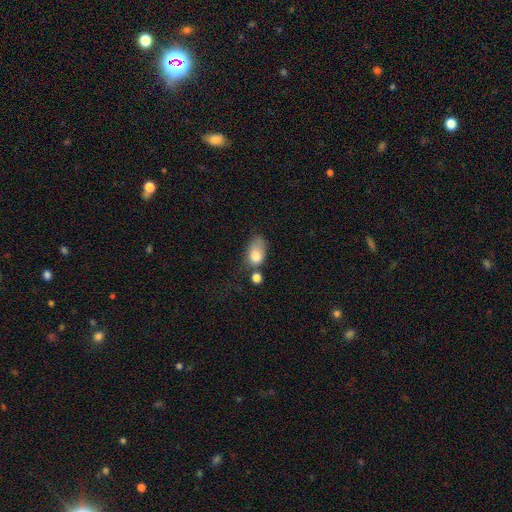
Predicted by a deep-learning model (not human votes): The model was most divided on "merging" (2-way tie): minor disturbance: 27%, none: 27%, major disturbance: 26%, merger: 21%. More confident: how rounded — in between (84%); smooth or featured — smooth (78%).